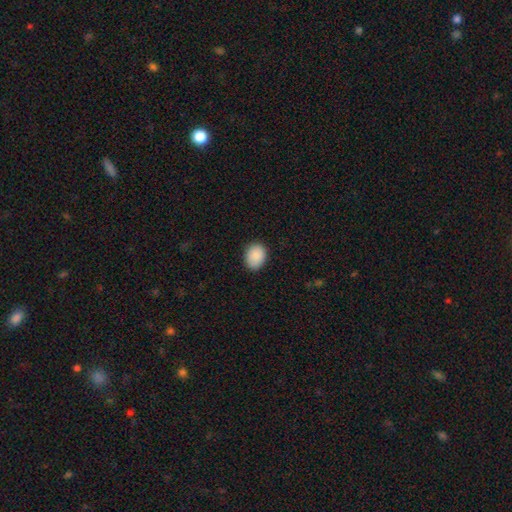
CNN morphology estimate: This appears to be a smooth galaxy with no disk features (90%) that is in between round and cigar-shaped (63%). Merging: none (86%).